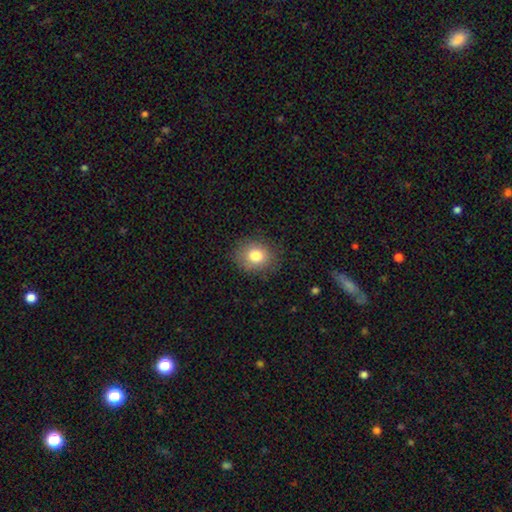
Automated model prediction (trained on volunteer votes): Q: Smooth or featured?
A: smooth (80%); runner-up: star or artifact (10%)
Q: How rounded?
A: round (67%); runner-up: in between (32%)
Q: Merging?
A: none (83%); runner-up: minor disturbance (12%)